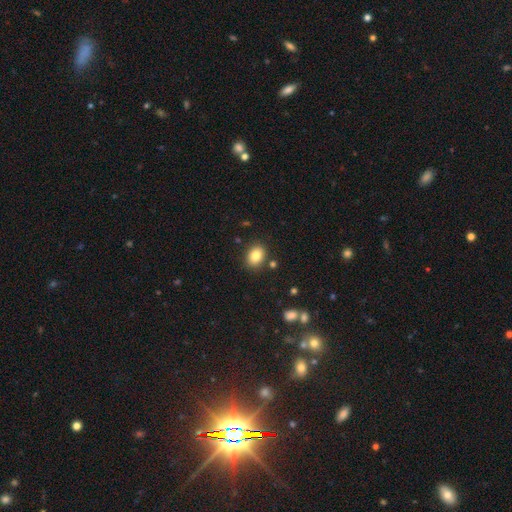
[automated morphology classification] The model was most divided on "how rounded": in between: 63%, round: 36%, cigar-shaped: 1%. More confident: merging — none (85%); smooth or featured — smooth (84%).